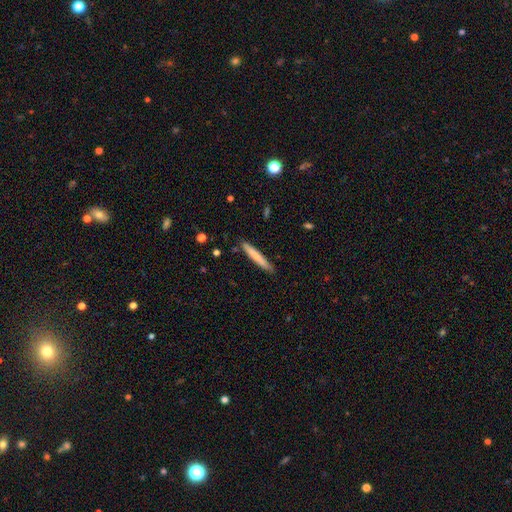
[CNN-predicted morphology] The model was most divided on "smooth or featured": smooth: 73%, featured or disk: 21%, star or artifact: 6%. More confident: how rounded — cigar-shaped (96%); merging — none (87%).